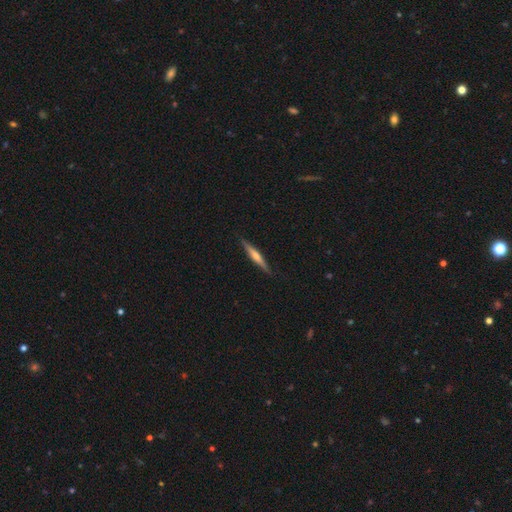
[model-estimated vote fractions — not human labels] Overall: featured or disk (63%; smooth 31%). Edge-on disk: yes (98%). Edge-on bulge: rounded (76%). Merging: none (90%).